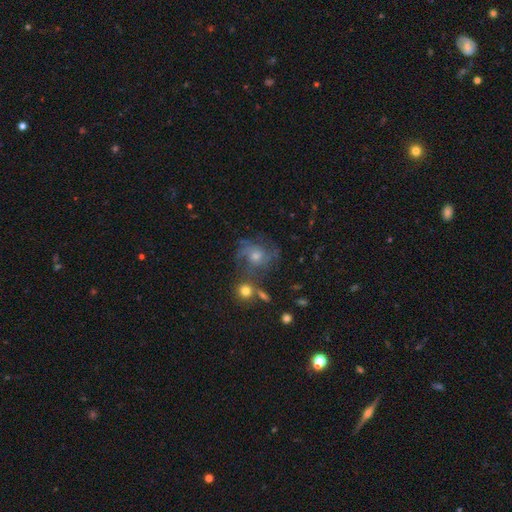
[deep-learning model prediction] Q: Smooth or featured?
A: featured or disk (70%); runner-up: smooth (15%)
Q: Edge-on disk?
A: no (97%); runner-up: yes (3%)
Q: Bar?
A: no (74%); runner-up: weak (23%)
Q: Spiral arms?
A: yes (92%); runner-up: no (8%)
Q: Spiral winding?
A: medium (50%); runner-up: tight (29%)
Q: Spiral arm count?
A: 3 (35%); runner-up: can't tell (22%)
Q: Bulge size?
A: moderate (54%); runner-up: small (35%)
Q: Merging?
A: none (61%); runner-up: minor disturbance (17%)